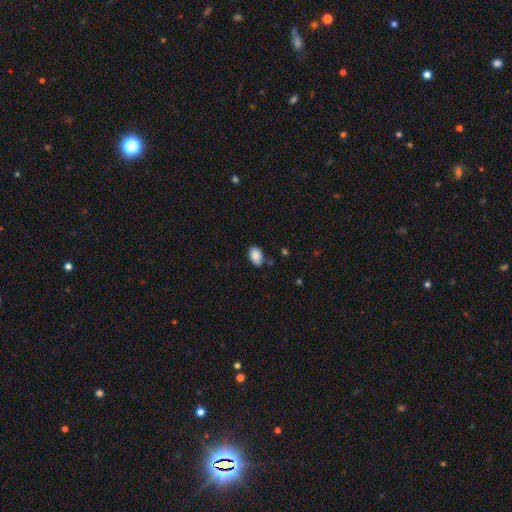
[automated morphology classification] Q: Smooth or featured?
A: smooth (87%); runner-up: star or artifact (7%)
Q: How rounded?
A: in between (89%); runner-up: round (9%)
Q: Merging?
A: none (84%); runner-up: minor disturbance (12%)